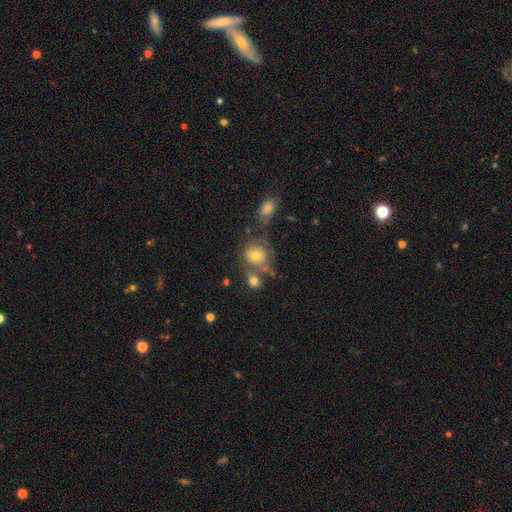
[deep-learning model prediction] This is likely a smooth galaxy (62%). How rounded: clearly round (80%). Merging: possibly none (49%).